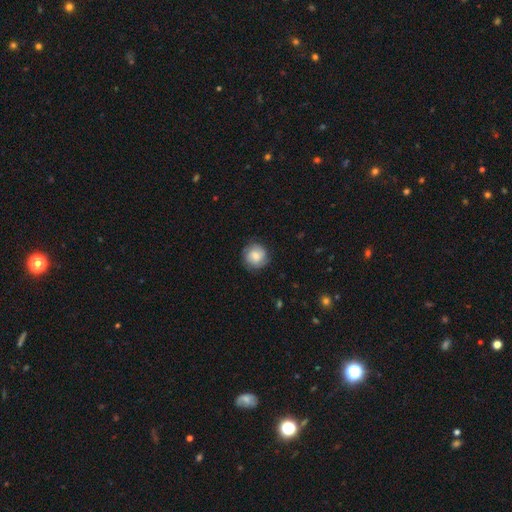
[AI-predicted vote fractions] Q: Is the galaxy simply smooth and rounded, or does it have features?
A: smooth — 68%.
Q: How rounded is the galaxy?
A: round — 91%.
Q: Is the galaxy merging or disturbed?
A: none — 82%.